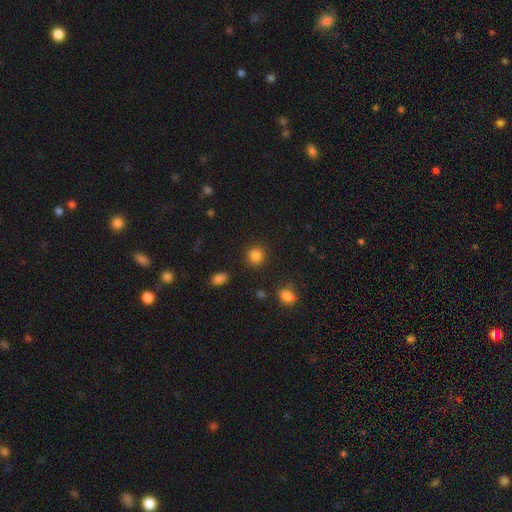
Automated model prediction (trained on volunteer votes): Q: Smooth or featured?
A: smooth (85%); runner-up: star or artifact (11%)
Q: How rounded?
A: round (91%); runner-up: in between (8%)
Q: Merging?
A: none (90%); runner-up: minor disturbance (6%)